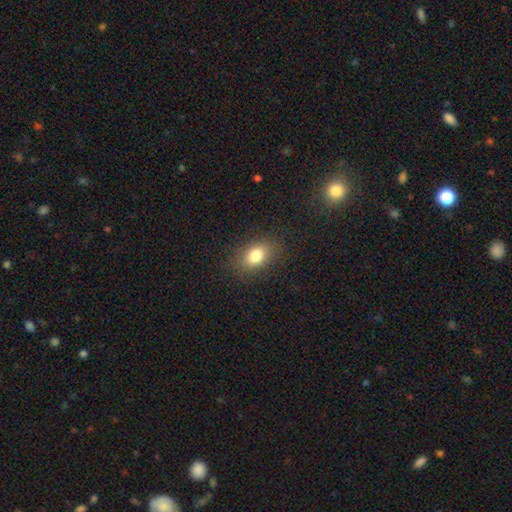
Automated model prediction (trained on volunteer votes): Smooth or featured? smooth (81%)
How rounded? in between (78%)
Merging? none (85%)